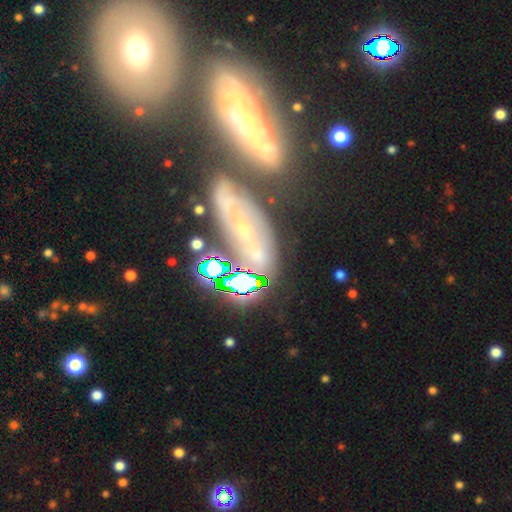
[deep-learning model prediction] A featured or disk galaxy (50%).

Vote fractions:
- Smooth or featured? featured or disk: 50% / smooth: 26% / star or artifact: 24%
- Merging? none: 64% / minor disturbance: 17% / major disturbance: 12% / merger: 7%